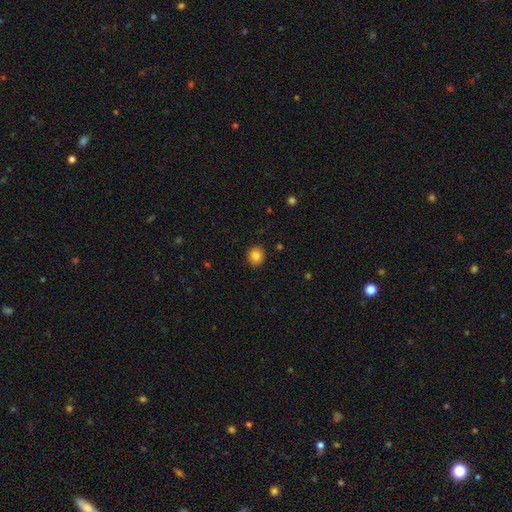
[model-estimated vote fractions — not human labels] smooth_or_featured: smooth (p=0.85) [alt: star or artifact p=0.10]
how_rounded: round (p=0.84) [alt: in between p=0.15]
merging: none (p=0.90) [alt: minor disturbance p=0.07]